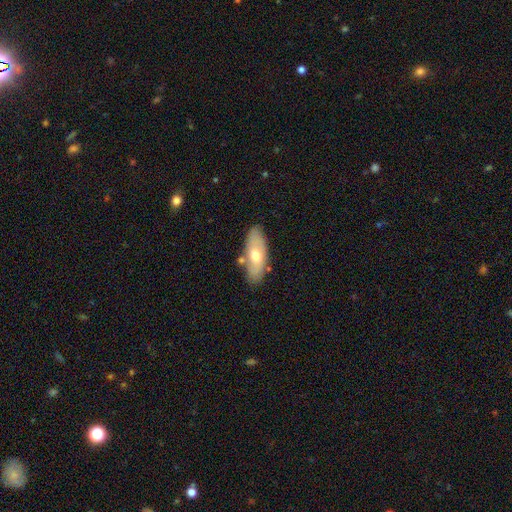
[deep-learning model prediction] This is possibly a smooth galaxy (57%). How rounded: likely in between (79%). Merging: likely none (77%).